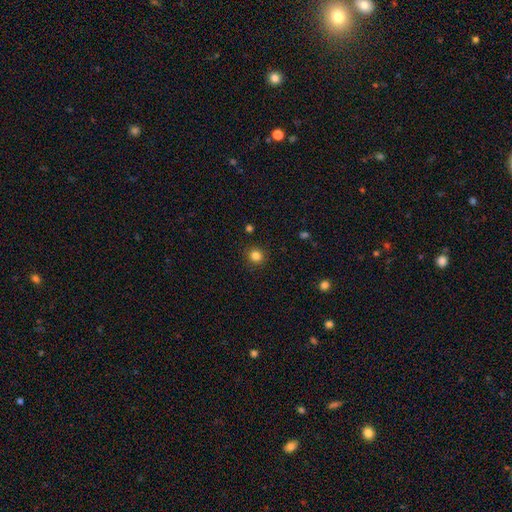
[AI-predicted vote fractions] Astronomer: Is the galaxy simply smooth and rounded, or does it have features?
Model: smooth — 83%.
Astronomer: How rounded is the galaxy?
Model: round — 91%.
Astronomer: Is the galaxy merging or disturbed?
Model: none — 91%.